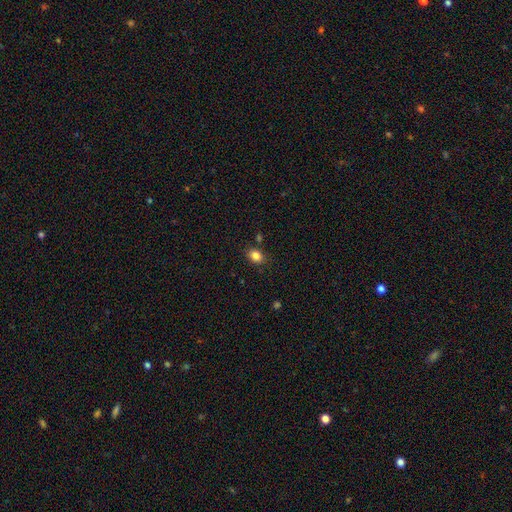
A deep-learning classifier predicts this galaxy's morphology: Smooth or featured? Predicted: smooth (p=0.84). How rounded? Predicted: in between (p=0.67). Merging? Predicted: none (p=0.81).